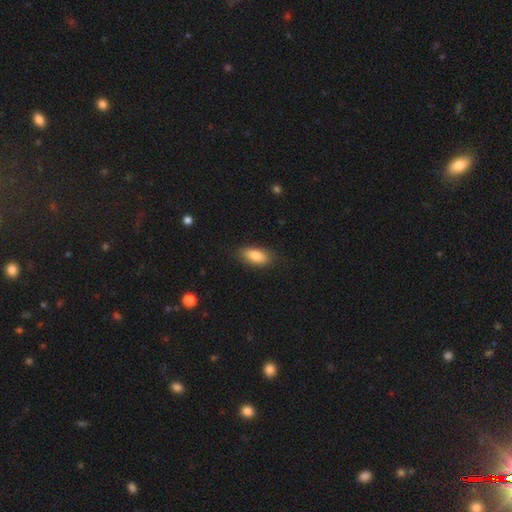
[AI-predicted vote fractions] A smooth galaxy with no disk features (83%) that is in between round and cigar-shaped (88%).

Vote fractions:
- Smooth or featured? smooth: 83% / featured or disk: 10% / star or artifact: 7%
- How rounded? in between: 88% / cigar-shaped: 9% / round: 3%
- Merging? none: 83% / minor disturbance: 13% / major disturbance: 3% / merger: 1%